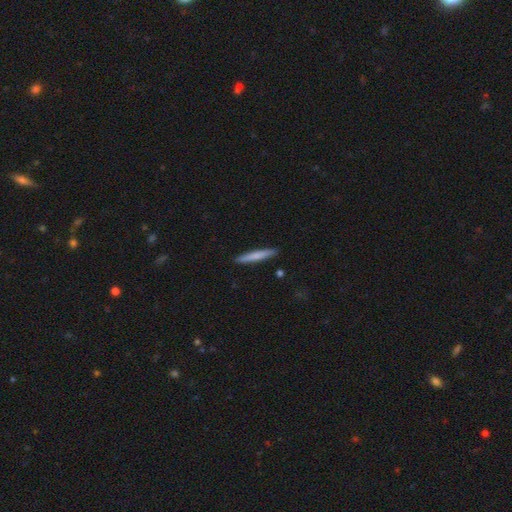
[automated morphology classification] smooth-or-featured: smooth: 71% | featured or disk: 24% | star or artifact: 5%
  how-rounded: cigar-shaped: 96% | in between: 3% | round: 1%
  merging: none: 91% | minor disturbance: 6% | merger: 1% | major disturbance: 1%